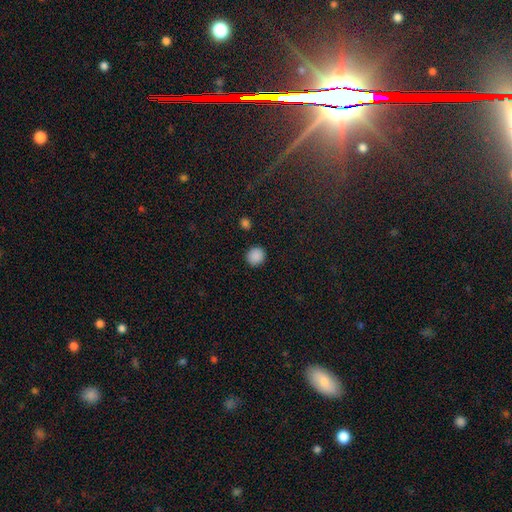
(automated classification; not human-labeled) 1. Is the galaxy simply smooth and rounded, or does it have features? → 88% smooth, 9% star or artifact, 3% featured or disk.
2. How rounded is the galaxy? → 91% round, 8% in between, 1% cigar-shaped.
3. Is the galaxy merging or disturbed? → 91% none, 6% minor disturbance, 2% major disturbance, 1% merger.